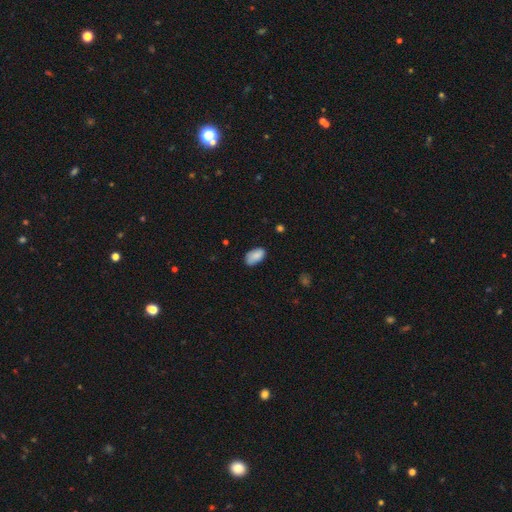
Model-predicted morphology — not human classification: Q: Smooth or featured?
A: smooth (87%); runner-up: star or artifact (7%)
Q: How rounded?
A: in between (94%); runner-up: round (5%)
Q: Merging?
A: none (74%); runner-up: minor disturbance (21%)